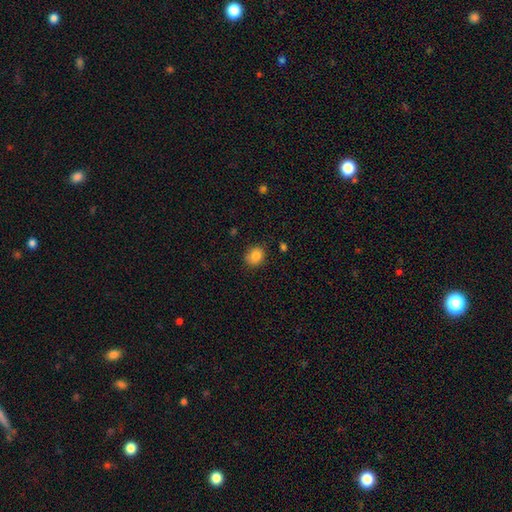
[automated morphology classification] The model was most divided on "how rounded": round: 70%, in between: 30%, cigar-shaped: 1%. More confident: smooth or featured — smooth (85%); merging — none (83%).